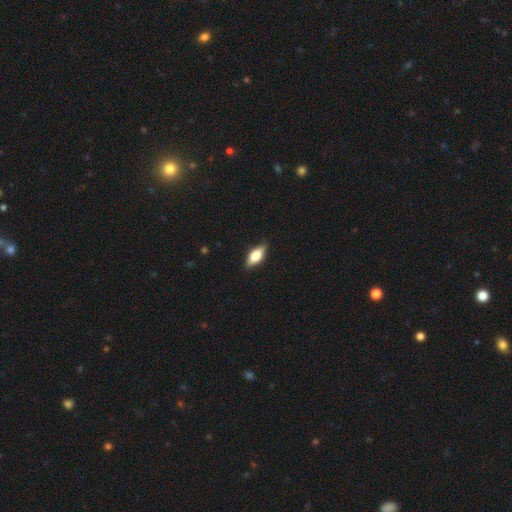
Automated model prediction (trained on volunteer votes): A smooth galaxy with no disk features (59%) that is in between round and cigar-shaped (78%). Merging: none (85%).